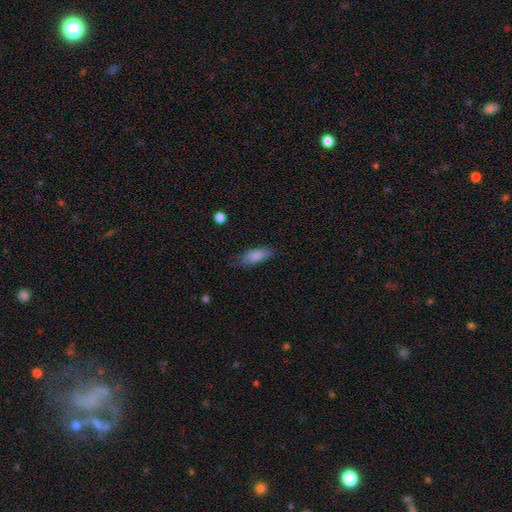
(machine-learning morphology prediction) smooth 85%, featured or disk 8%, star or artifact 7%. Down the decision tree: how rounded — in between (74%); merging — none (72%).